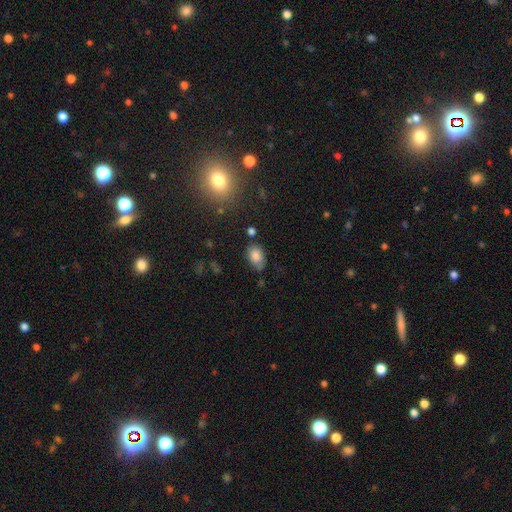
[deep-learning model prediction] smooth-or-featured: smooth: 81% | featured or disk: 10% | star or artifact: 9%
  how-rounded: in between: 85% | round: 14% | cigar-shaped: 1%
  merging: none: 62% | minor disturbance: 27% | major disturbance: 6% | merger: 5%